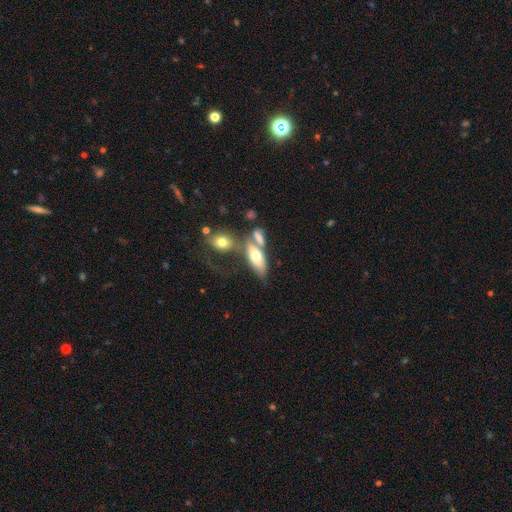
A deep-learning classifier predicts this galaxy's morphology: Smooth or featured? smooth (62%)
How rounded? in between (79%)
Merging? merger (43%)